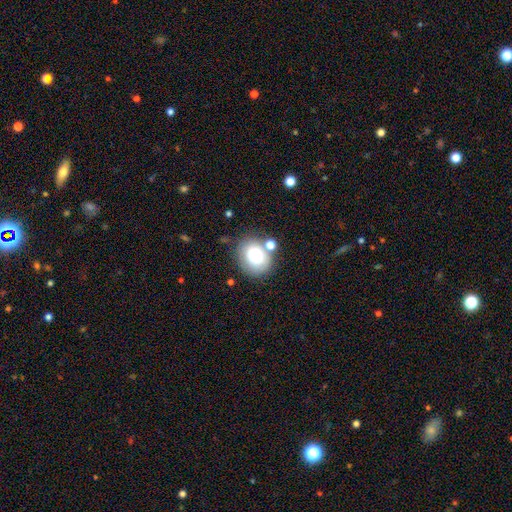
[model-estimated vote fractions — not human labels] This appears to be a smooth galaxy with no disk features (79%) that is round (65%). Merging: none (65%).